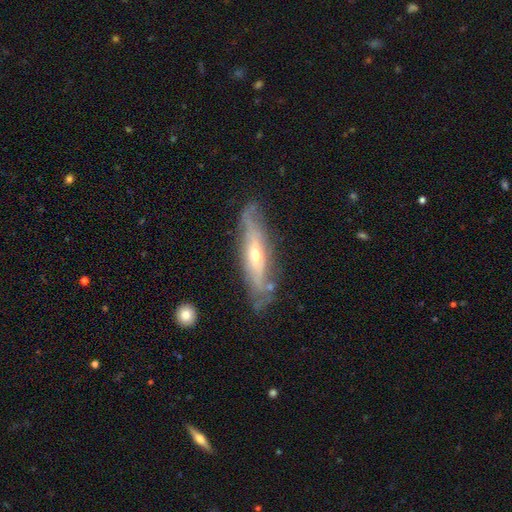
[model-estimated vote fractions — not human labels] A featured or disk galaxy (73%) viewed edge-on (51%).

Vote fractions:
- Smooth or featured? featured or disk: 73% / smooth: 21% / star or artifact: 6%
- Edge-on disk? yes: 51% / no: 49%
- Merging? none: 72% / minor disturbance: 20% / major disturbance: 6% / merger: 2%